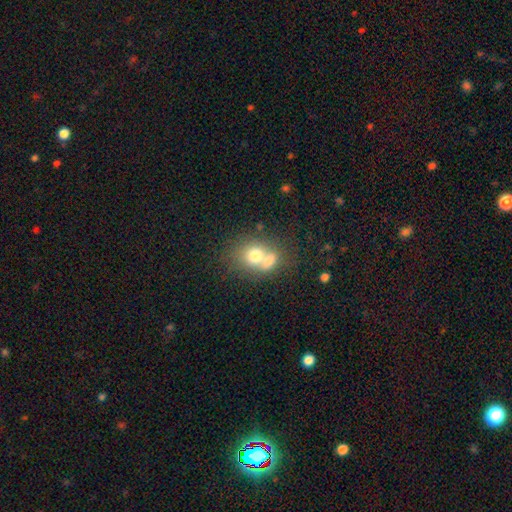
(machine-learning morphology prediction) smooth_or_featured: smooth (p=0.69) [alt: featured or disk p=0.21]
how_rounded: round (p=0.57) [alt: in between p=0.42]
merging: merger (p=0.60) [alt: none p=0.26]